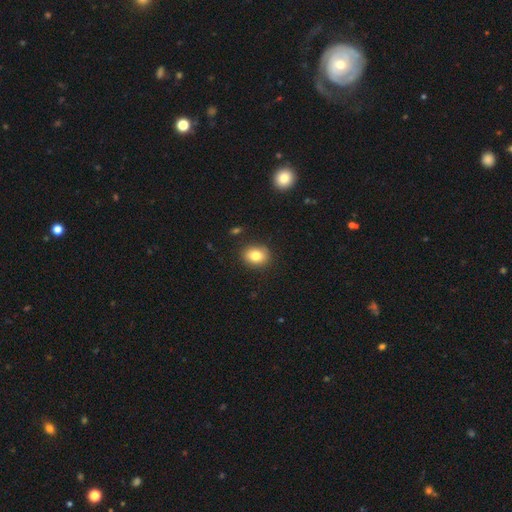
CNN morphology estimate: Overall: smooth (81%). How rounded: in between (50%; round 49%). Merging: none (87%).